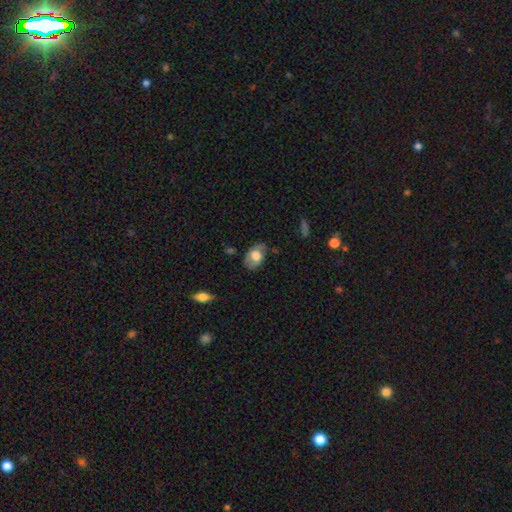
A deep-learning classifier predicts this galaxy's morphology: smooth 67%, featured or disk 26%, star or artifact 7%. Down the decision tree: how rounded — in between (88%); merging — none (70%).